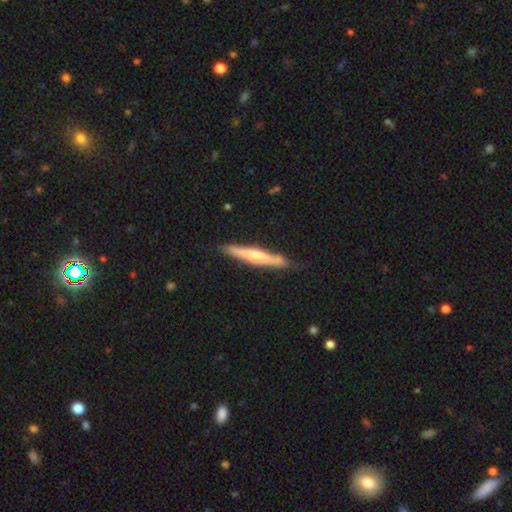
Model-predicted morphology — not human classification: smooth-or-featured: featured or disk: 51% | smooth: 44% | star or artifact: 5%
  disk-edge-on: yes: 95% | no: 5%
  merging: none: 81% | minor disturbance: 15% | major disturbance: 2% | merger: 2%